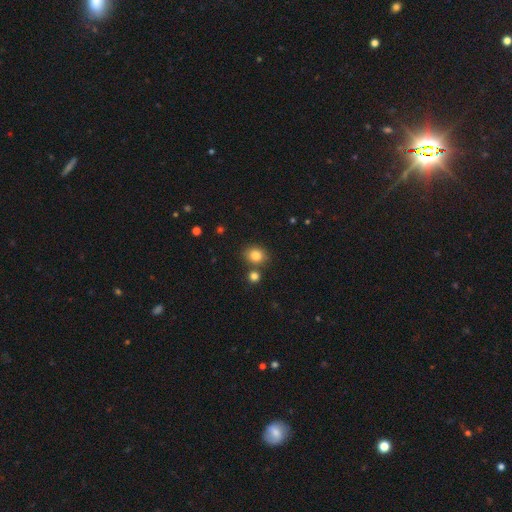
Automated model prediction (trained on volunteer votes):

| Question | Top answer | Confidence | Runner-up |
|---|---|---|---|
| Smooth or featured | smooth | 84% | star or artifact (10%) |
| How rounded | round | 64% | in between (35%) |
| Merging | none | 72% | merger (14%) |